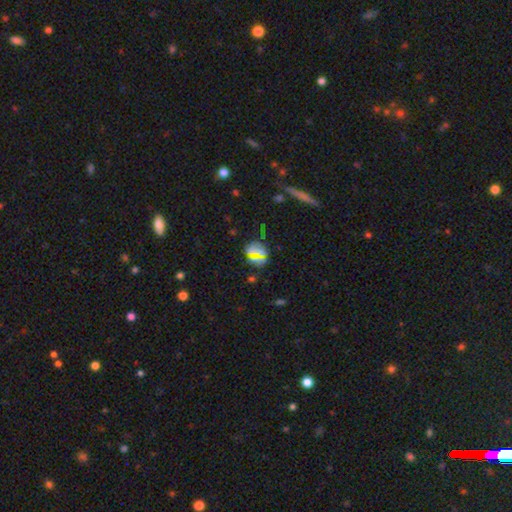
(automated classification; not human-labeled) smooth_or_featured: smooth (p=0.51) [alt: star or artifact p=0.36]
how_rounded: round (p=0.71) [alt: in between p=0.24]
merging: none (p=0.73) [alt: minor disturbance p=0.13]